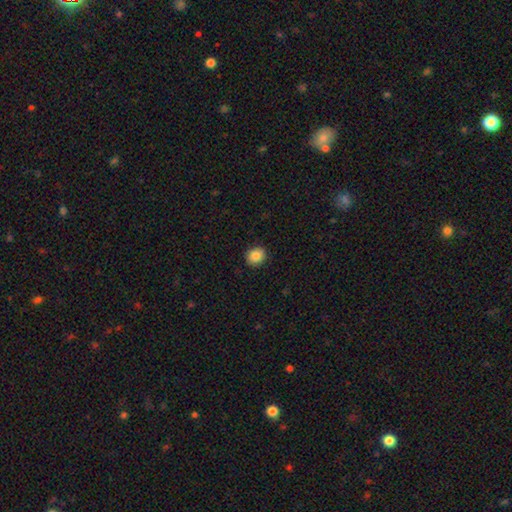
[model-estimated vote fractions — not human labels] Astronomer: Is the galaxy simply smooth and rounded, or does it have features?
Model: smooth — 86%.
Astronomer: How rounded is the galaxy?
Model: round — 69%.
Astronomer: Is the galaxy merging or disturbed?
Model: none — 90%.